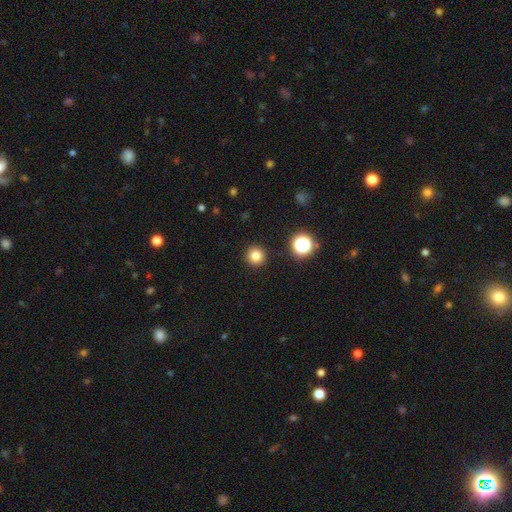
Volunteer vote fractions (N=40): Smooth or featured? 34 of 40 (85%) said smooth. How rounded? 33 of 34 (97%) said round. Merging? 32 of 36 (89%) said none.